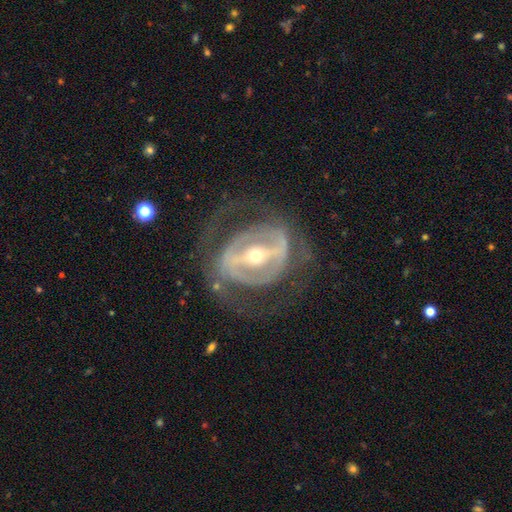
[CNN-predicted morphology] A featured or disk galaxy (87%) with a strong bar (75%), 2 (59%) tight (47%) spiral arms (63%) and a small central bulge (54%). Merging: none (63%).